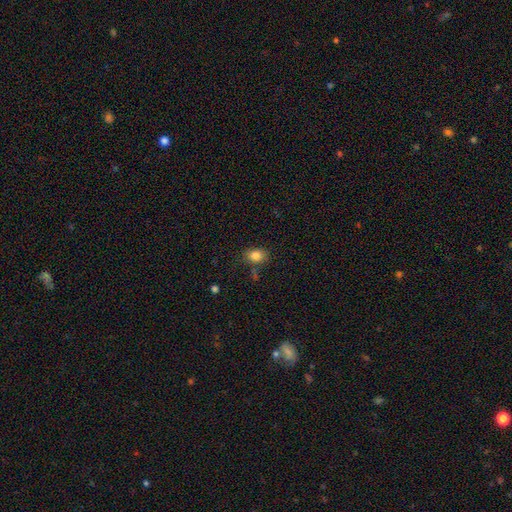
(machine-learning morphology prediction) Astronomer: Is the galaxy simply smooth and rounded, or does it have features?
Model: smooth — 83%.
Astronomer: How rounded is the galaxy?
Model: in between — 61% (runner-up: round, 37%).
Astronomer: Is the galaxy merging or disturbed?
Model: none — 76%.